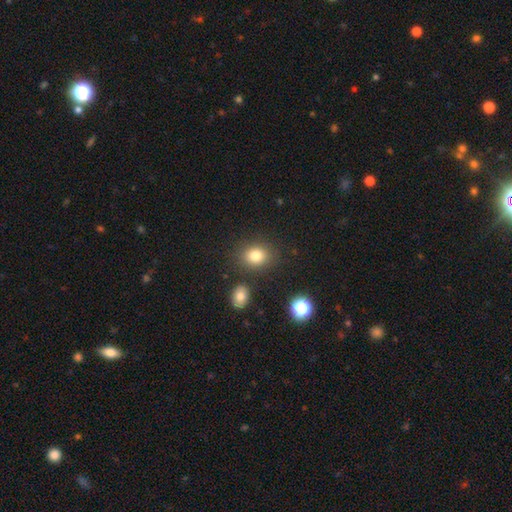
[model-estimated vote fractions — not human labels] Smooth or featured? Predicted: smooth (p=0.81). How rounded? Predicted: round (p=0.50). Merging? Predicted: none (p=0.80).